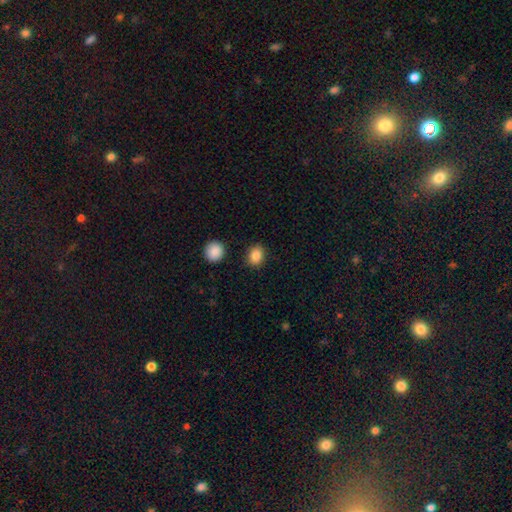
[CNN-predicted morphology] smooth-or-featured: smooth: 87% | star or artifact: 9% | featured or disk: 4%
  how-rounded: in between: 52% | round: 47% | cigar-shaped: 1%
  merging: none: 86% | minor disturbance: 9% | merger: 3% | major disturbance: 3%